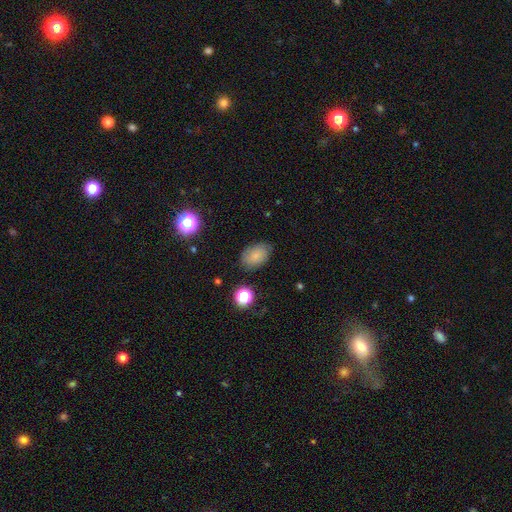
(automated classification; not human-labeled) Smooth or featured?
  - smooth: 76% *
  - featured or disk: 13%
  - star or artifact: 11%
How rounded?
  - in between: 84% *
  - round: 15%
  - cigar-shaped: 1%
Merging?
  - none: 77% *
  - minor disturbance: 17%
  - major disturbance: 4%
  - merger: 2%